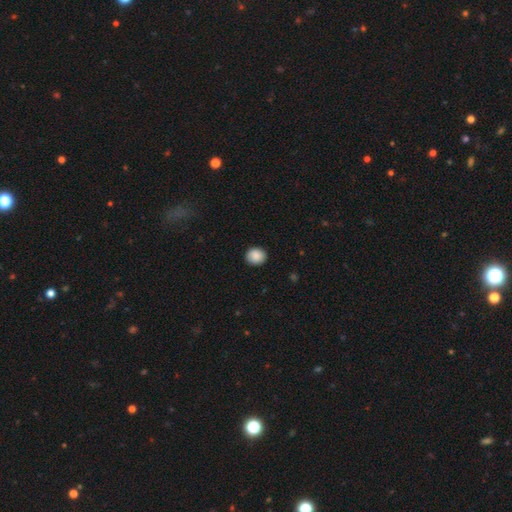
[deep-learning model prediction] This is clearly a smooth galaxy (89%). How rounded: likely round (72%). Merging: clearly none (90%).